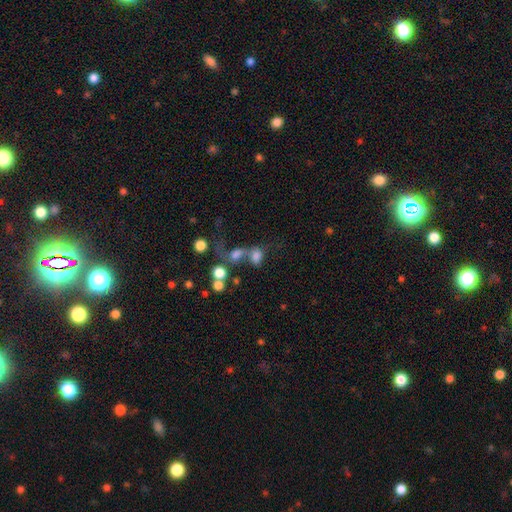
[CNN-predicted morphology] smooth 67%, featured or disk 18%, star or artifact 15%. Down the decision tree: how rounded — in between (60%); merging — merger (55%).